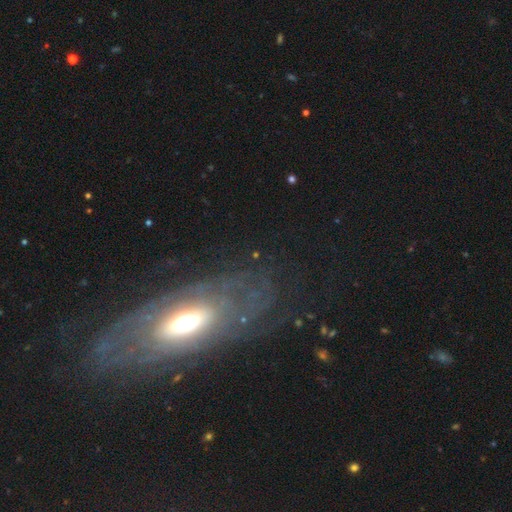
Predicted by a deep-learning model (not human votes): Q: Smooth or featured?
A: featured or disk (58%); runner-up: smooth (21%)
Q: Edge-on disk?
A: no (83%); runner-up: yes (17%)
Q: Merging?
A: none (61%); runner-up: major disturbance (20%)